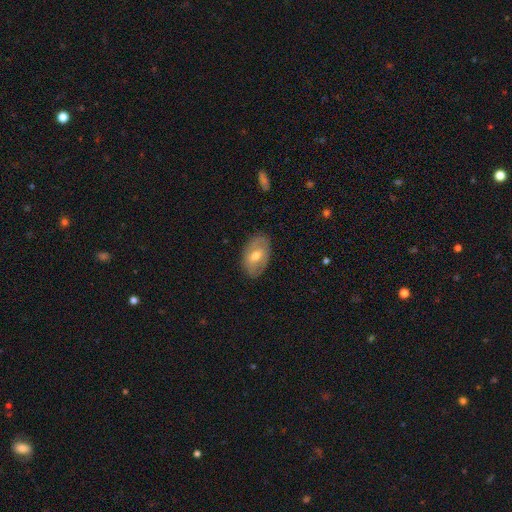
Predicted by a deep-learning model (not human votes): Smooth or featured? Predicted: featured or disk (p=0.48). Merging? Predicted: none (p=0.81).